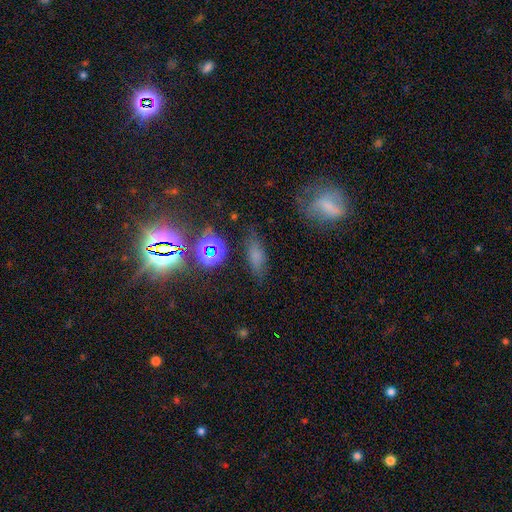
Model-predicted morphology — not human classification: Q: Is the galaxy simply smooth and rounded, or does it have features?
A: smooth — 59%.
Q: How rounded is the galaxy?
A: in between — 64%.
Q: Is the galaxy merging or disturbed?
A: none — 69%.